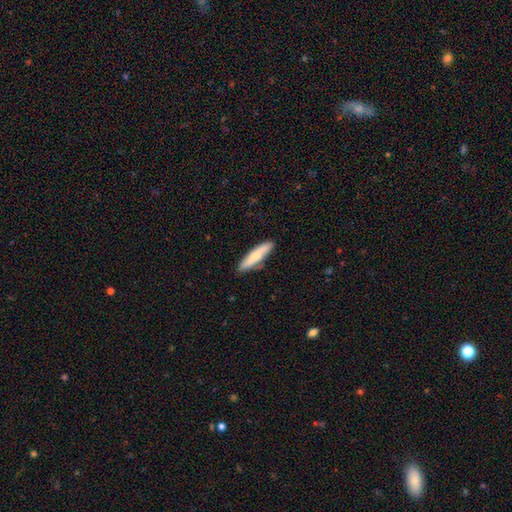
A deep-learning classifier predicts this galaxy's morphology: Smooth or featured: smooth — 69% (featured or disk — 26%)
How rounded: cigar-shaped — 78% (in between — 21%)
Merging: none — 84% (minor disturbance — 12%)